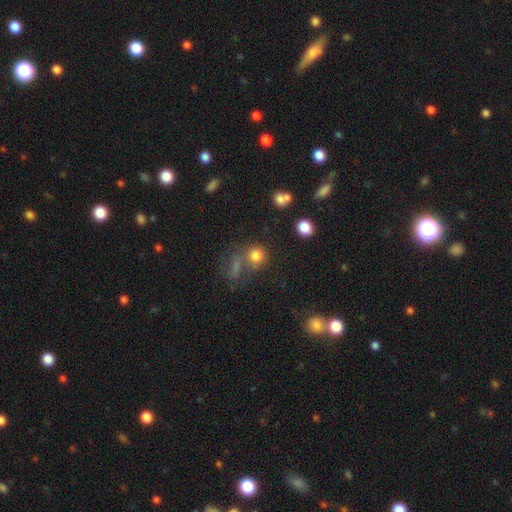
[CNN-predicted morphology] Overall: smooth (77%). How rounded: round (84%). Merging: none (55%; merger 23%).